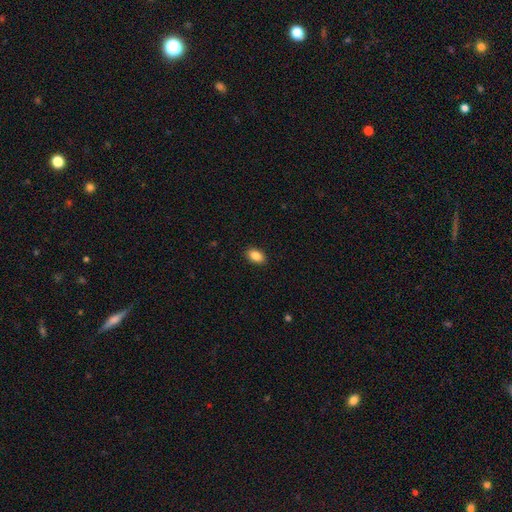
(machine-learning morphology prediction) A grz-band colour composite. It shows a smooth galaxy with no disk features (87%) that is in between round and cigar-shaped (89%). Merging: none (90%).